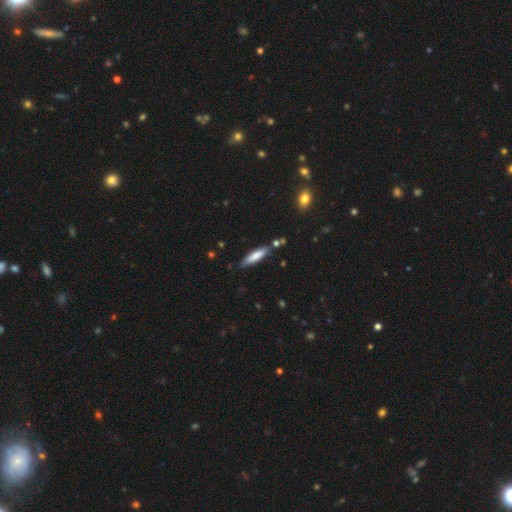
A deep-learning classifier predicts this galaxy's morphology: A smooth galaxy with no disk features (74%) that is cigar-shaped (77%). Merging: none (79%).